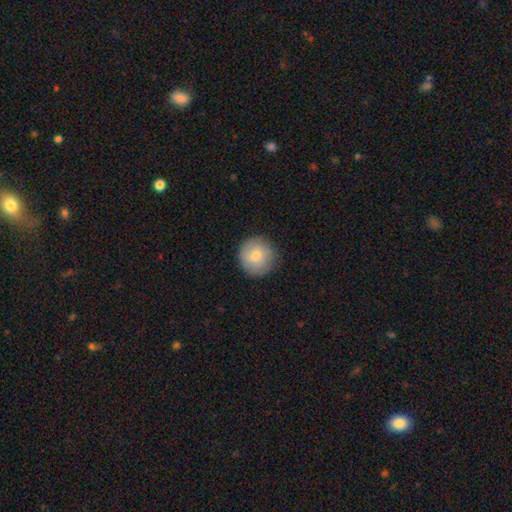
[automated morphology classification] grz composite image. It shows a smooth galaxy with no disk features (79%) that is round (94%). Merging: none (87%).